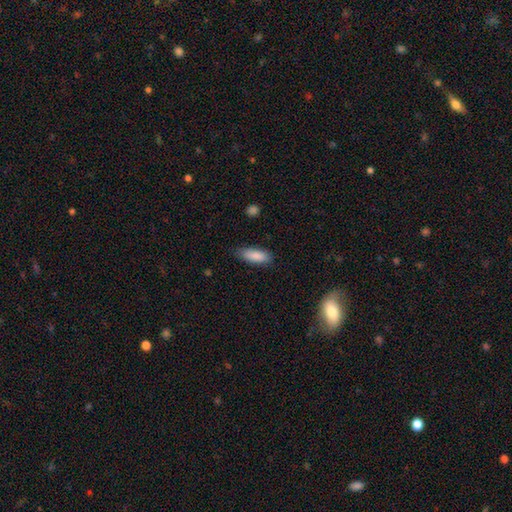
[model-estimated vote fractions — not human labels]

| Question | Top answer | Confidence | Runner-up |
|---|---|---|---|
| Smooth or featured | smooth | 88% | featured or disk (6%) |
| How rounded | in between | 68% | cigar-shaped (30%) |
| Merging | none | 81% | minor disturbance (14%) |